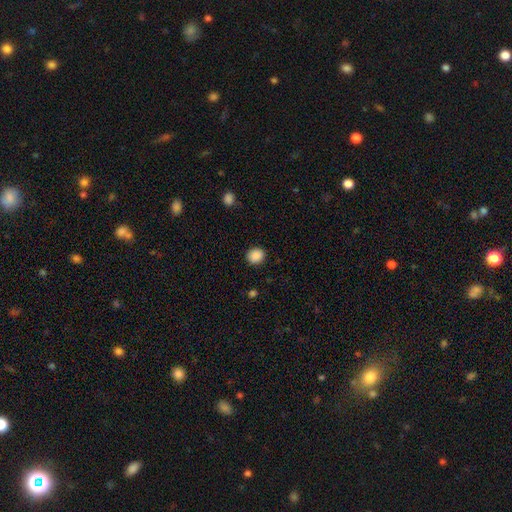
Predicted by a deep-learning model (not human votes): smooth 88%, star or artifact 9%, featured or disk 3%. Down the decision tree: how rounded — round (76%); merging — none (90%).